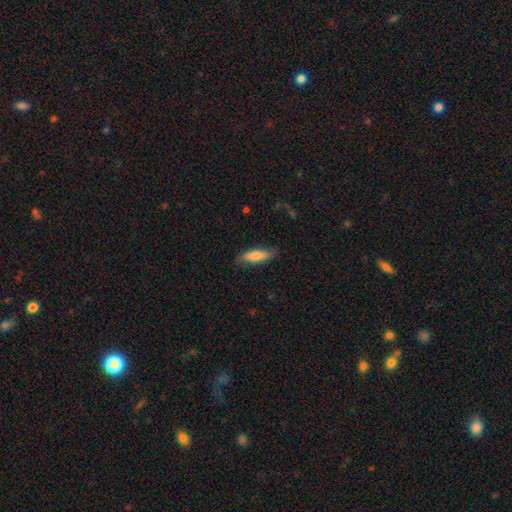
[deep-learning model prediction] smooth-or-featured: smooth: 75% | featured or disk: 20% | star or artifact: 6%
  how-rounded: cigar-shaped: 51% | in between: 47% | round: 2%
  merging: none: 80% | minor disturbance: 16% | major disturbance: 3% | merger: 1%